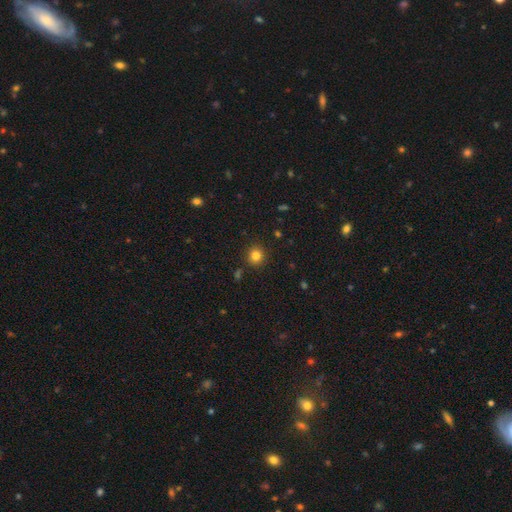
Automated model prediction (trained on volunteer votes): smooth_or_featured: smooth (p=0.82) [alt: star or artifact p=0.13]
how_rounded: round (p=0.91) [alt: in between p=0.08]
merging: none (p=0.90) [alt: minor disturbance p=0.07]